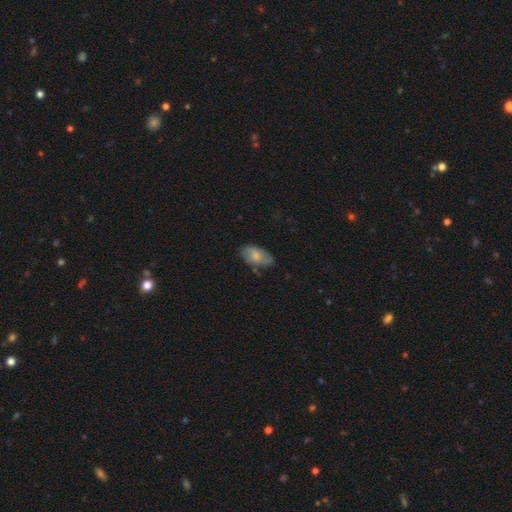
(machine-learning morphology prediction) Smooth or featured? Predicted: smooth (p=0.68). How rounded? Predicted: in between (p=0.93). Merging? Predicted: none (p=0.62).